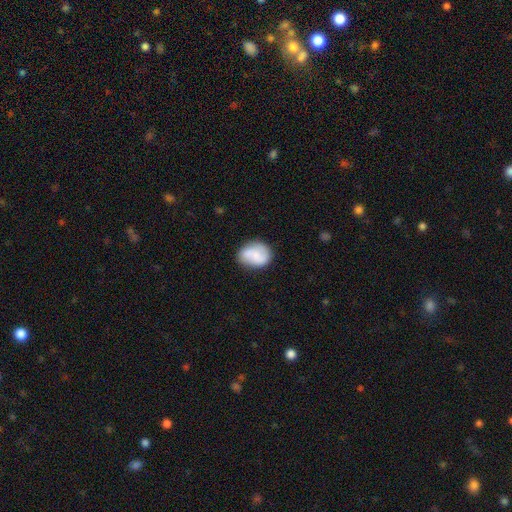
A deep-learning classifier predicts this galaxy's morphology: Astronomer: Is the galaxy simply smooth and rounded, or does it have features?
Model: smooth — 63%.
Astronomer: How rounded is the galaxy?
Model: in between — 52% (runner-up: round, 47%).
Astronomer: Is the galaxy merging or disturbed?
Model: none — 67%.